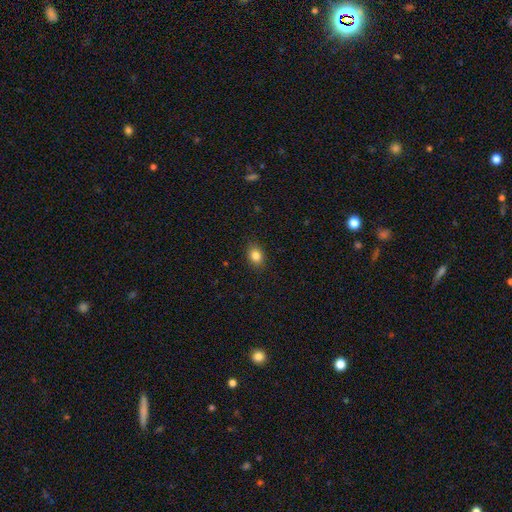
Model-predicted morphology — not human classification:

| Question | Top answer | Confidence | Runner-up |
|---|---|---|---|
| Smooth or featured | smooth | 84% | star or artifact (10%) |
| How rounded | in between | 65% | round (34%) |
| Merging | none | 88% | minor disturbance (9%) |